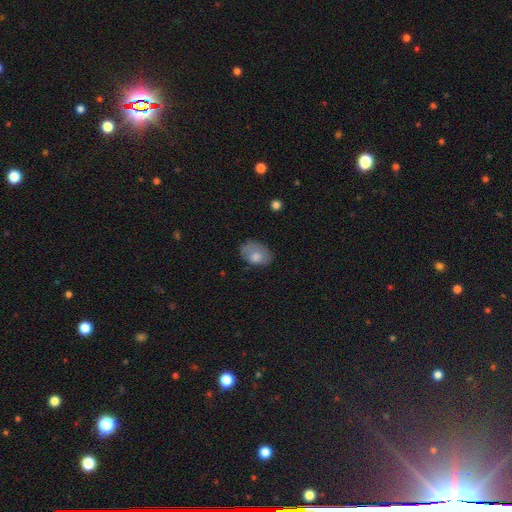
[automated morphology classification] Smooth or featured? Predicted: smooth (p=0.75). How rounded? Predicted: in between (p=0.86). Merging? Predicted: none (p=0.57).